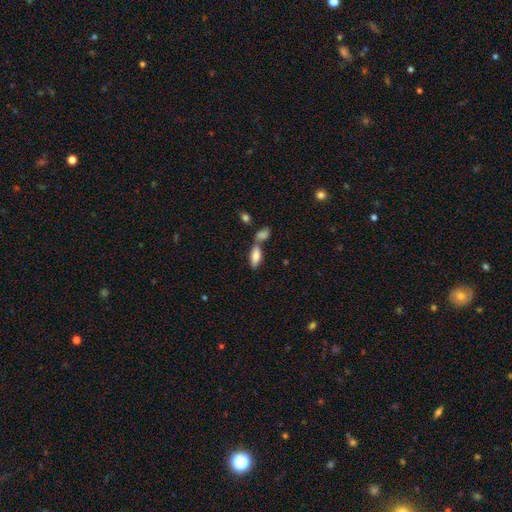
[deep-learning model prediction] Smooth or featured?
  - smooth: 75% *
  - featured or disk: 18%
  - star or artifact: 7%
How rounded?
  - in between: 71% *
  - cigar-shaped: 26%
  - round: 2%
Merging?
  - none: 49% *
  - merger: 36%
  - minor disturbance: 11%
  - major disturbance: 4%